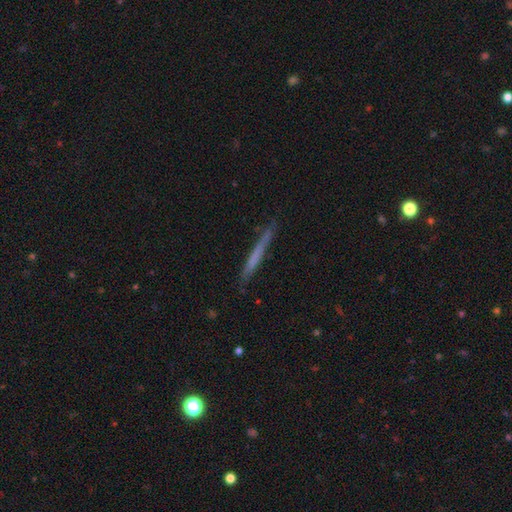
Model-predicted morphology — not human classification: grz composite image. It shows a smooth galaxy with no disk features (52%) that is cigar-shaped (96%). Merging: none (84%).